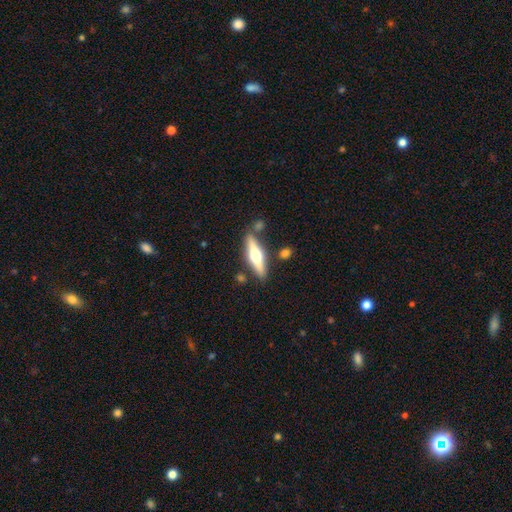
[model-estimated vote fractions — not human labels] The model was most divided on "smooth or featured": featured or disk: 62%, smooth: 32%, star or artifact: 6%. More confident: edge-on bulge — rounded (95%); edge-on disk — yes (94%); merging — none (79%).